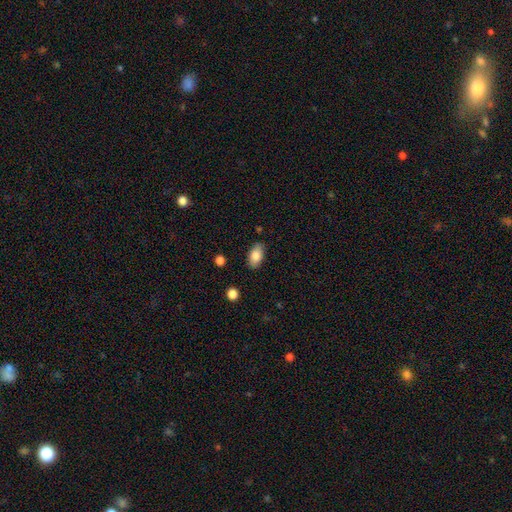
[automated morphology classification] smooth-or-featured: smooth: 83% | featured or disk: 10% | star or artifact: 7%
  how-rounded: in between: 92% | round: 5% | cigar-shaped: 3%
  merging: none: 83% | minor disturbance: 13% | major disturbance: 3% | merger: 1%